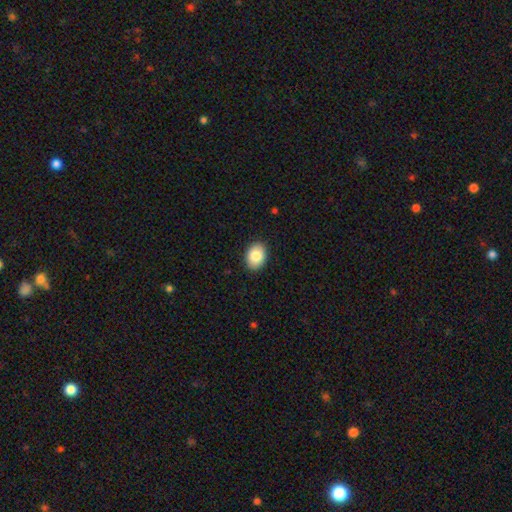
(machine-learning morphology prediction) smooth_or_featured: smooth (p=0.85) [alt: star or artifact p=0.07]
how_rounded: in between (p=0.75) [alt: round p=0.24]
merging: none (p=0.90) [alt: minor disturbance p=0.08]